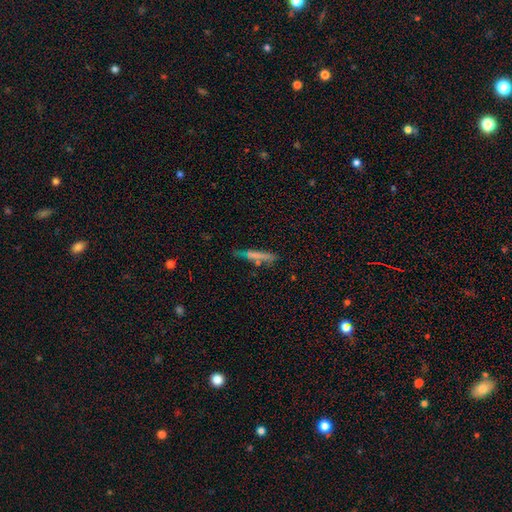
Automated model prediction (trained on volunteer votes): This appears to be a smooth galaxy with no disk features (64%) that is cigar-shaped (92%). Merging: none (67%).